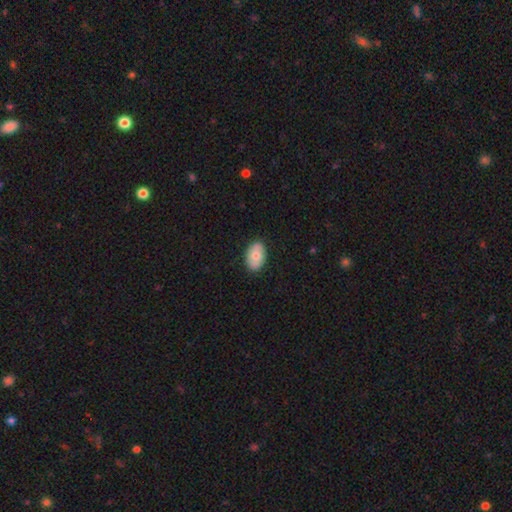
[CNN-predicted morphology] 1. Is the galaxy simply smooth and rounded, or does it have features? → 70% smooth, 24% featured or disk, 7% star or artifact.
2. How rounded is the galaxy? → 88% in between, 10% round, 1% cigar-shaped.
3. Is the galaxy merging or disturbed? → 86% none, 11% minor disturbance, 2% major disturbance, 1% merger.